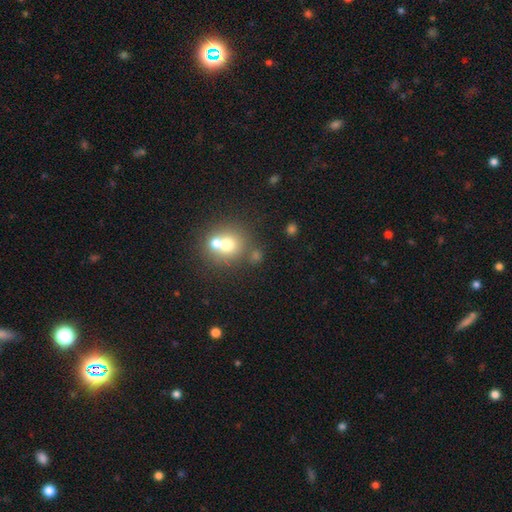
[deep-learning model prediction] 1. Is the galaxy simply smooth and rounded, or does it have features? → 63% smooth, 20% featured or disk, 17% star or artifact.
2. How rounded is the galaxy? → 81% round, 18% in between, 1% cigar-shaped.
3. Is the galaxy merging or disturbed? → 45% none, 44% merger, 8% minor disturbance, 4% major disturbance.